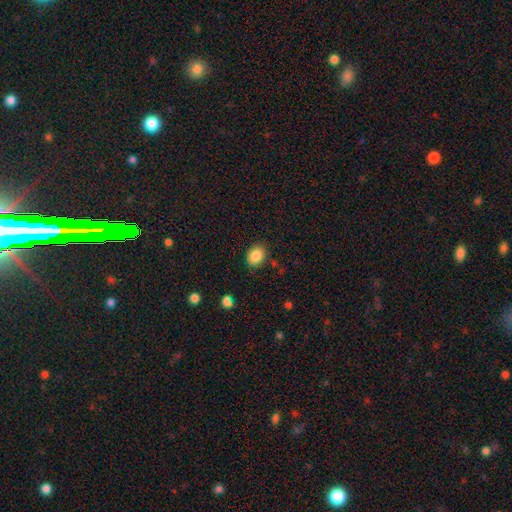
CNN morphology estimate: smooth 86%, star or artifact 9%, featured or disk 5%. Down the decision tree: how rounded — in between (59%); merging — none (84%).